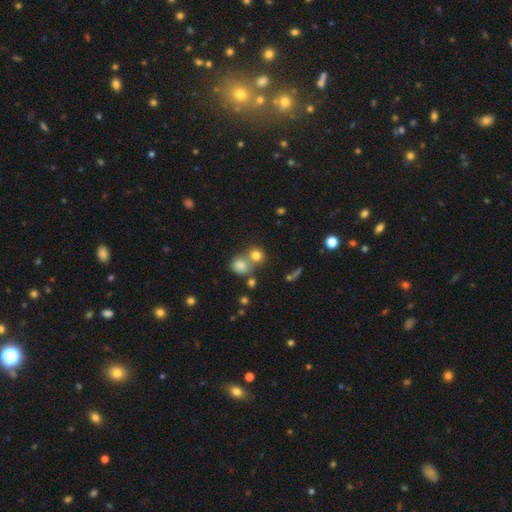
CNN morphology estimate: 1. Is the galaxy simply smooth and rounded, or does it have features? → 77% smooth, 14% star or artifact, 9% featured or disk.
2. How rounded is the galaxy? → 80% round, 19% in between, 1% cigar-shaped.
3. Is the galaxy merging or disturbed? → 47% none, 41% merger, 8% minor disturbance, 4% major disturbance.